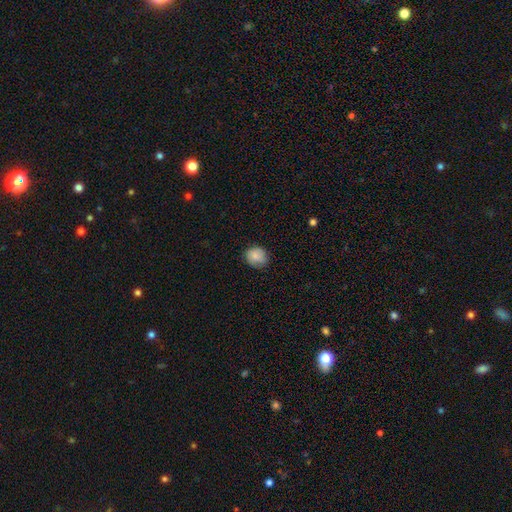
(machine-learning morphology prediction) Smooth or featured?
  - smooth: 84% *
  - featured or disk: 9%
  - star or artifact: 8%
How rounded?
  - round: 76% *
  - in between: 23%
  - cigar-shaped: 1%
Merging?
  - none: 78% *
  - minor disturbance: 18%
  - major disturbance: 3%
  - merger: 1%